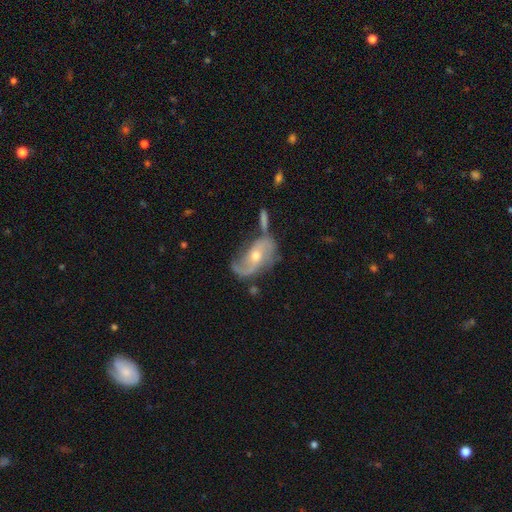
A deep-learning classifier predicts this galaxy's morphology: Smooth or featured?
  - featured or disk: 82% *
  - smooth: 11%
  - star or artifact: 6%
Edge-on disk?
  - no: 96% *
  - yes: 4%
Bar?
  - no: 58% *
  - weak: 33%
  - strong: 10%
Spiral arms?
  - yes: 92% *
  - no: 8%
Spiral winding?
  - loose: 58% *
  - medium: 30%
  - tight: 11%
Spiral arm count?
  - 2: 80% *
  - 1: 9%
  - can't tell: 7%
  - 3: 2%
  - 4: 1%
  - more than 4: 1%
Bulge size?
  - moderate: 60% *
  - small: 36%
  - large: 3%
  - none: 1%
  - dominant: 1%
Merging?
  - none: 48% *
  - minor disturbance: 22%
  - major disturbance: 16%
  - merger: 15%